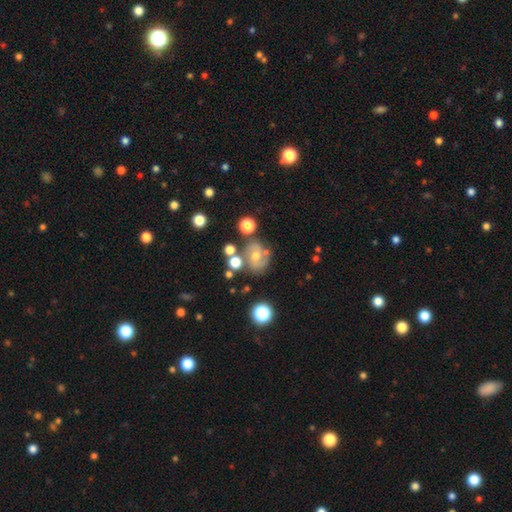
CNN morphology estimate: Smooth or featured? featured or disk (54%)
Edge-on disk? no (96%)
Bar? no (56%)
Spiral arms? yes (75%)
Bulge size? moderate (57%)
Merging? none (63%)